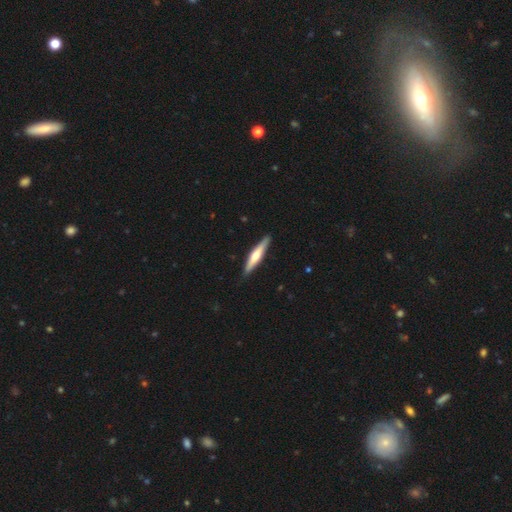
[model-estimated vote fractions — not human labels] Smooth or featured? Predicted: featured or disk (p=0.53). Edge-on disk? Predicted: yes (p=0.96). Edge-on bulge? Predicted: rounded (p=0.81). Merging? Predicted: none (p=0.89).